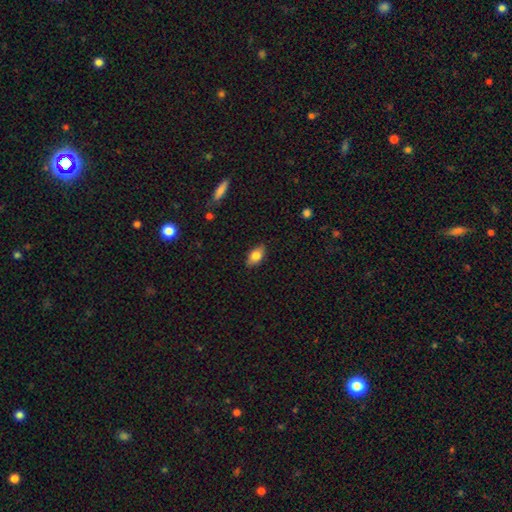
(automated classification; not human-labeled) Smooth or featured? smooth (80%)
How rounded? in between (89%)
Merging? none (85%)